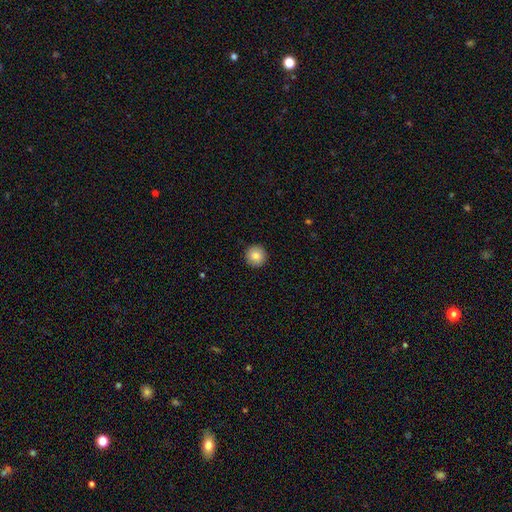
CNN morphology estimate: smooth_or_featured: smooth (p=0.85) [alt: star or artifact p=0.08]
how_rounded: round (p=0.96) [alt: in between p=0.03]
merging: none (p=0.93) [alt: minor disturbance p=0.05]